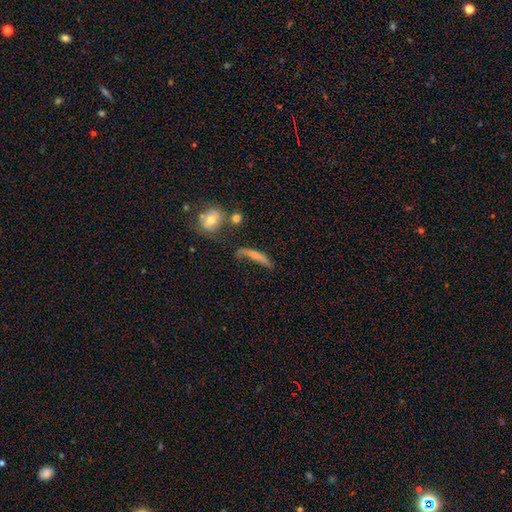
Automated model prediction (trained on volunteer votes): Smooth or featured?
  - smooth: 58% *
  - featured or disk: 32%
  - star or artifact: 10%
How rounded?
  - cigar-shaped: 75% *
  - in between: 20%
  - round: 5%
Merging?
  - none: 32% *
  - major disturbance: 30%
  - minor disturbance: 22%
  - merger: 17%